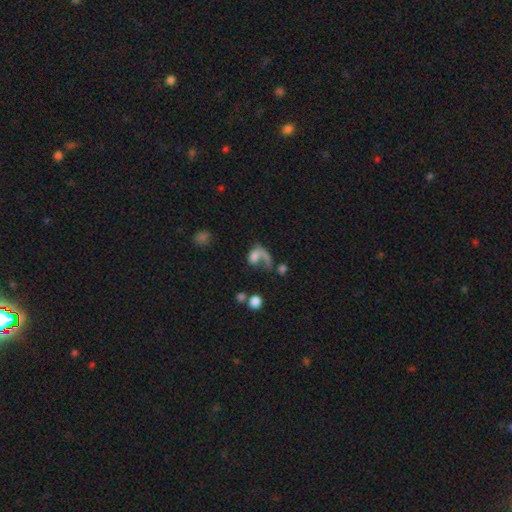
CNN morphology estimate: This appears to be a smooth galaxy with no disk features (50%). Merging: major disturbance (43%).